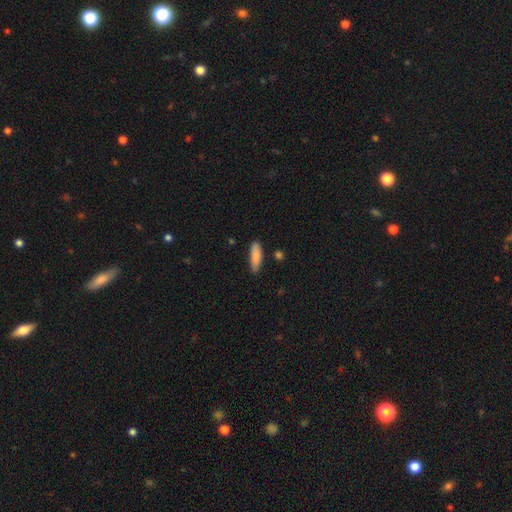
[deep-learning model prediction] Morphology: type=smooth (87%); roundness=cigar-shaped (52%); merging=none (81%).